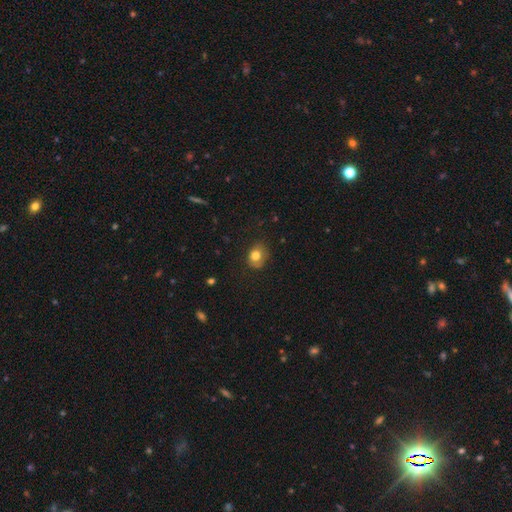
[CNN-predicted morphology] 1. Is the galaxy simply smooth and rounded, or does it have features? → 79% smooth, 11% featured or disk, 10% star or artifact.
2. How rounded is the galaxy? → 56% round, 44% in between, 1% cigar-shaped.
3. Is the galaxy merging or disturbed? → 67% none, 24% minor disturbance, 7% major disturbance, 2% merger.